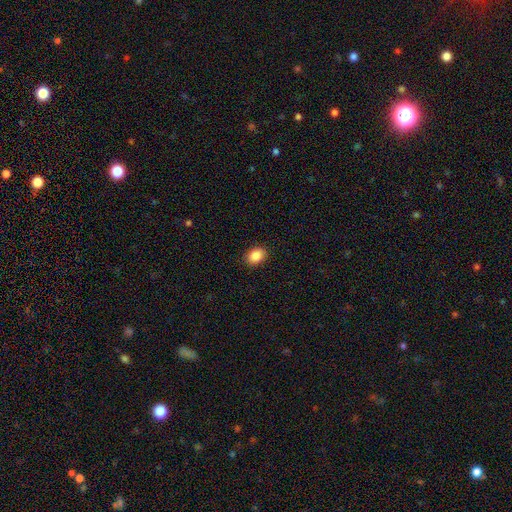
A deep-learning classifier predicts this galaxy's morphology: Overall: smooth (88%). How rounded: in between (69%; round 30%). Merging: none (90%).